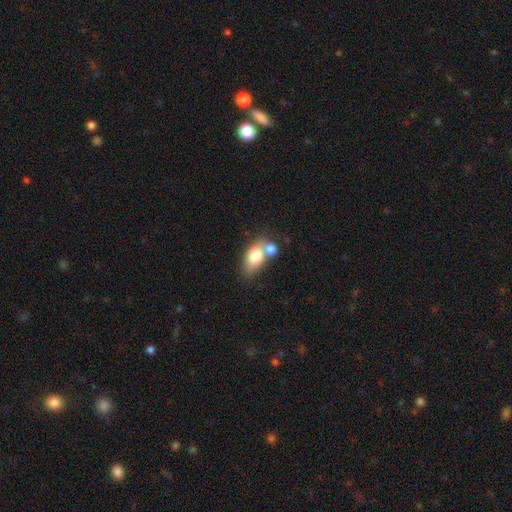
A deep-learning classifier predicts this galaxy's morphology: smooth 72%, featured or disk 19%, star or artifact 8%. Down the decision tree: how rounded — in between (80%); merging — none (47%).